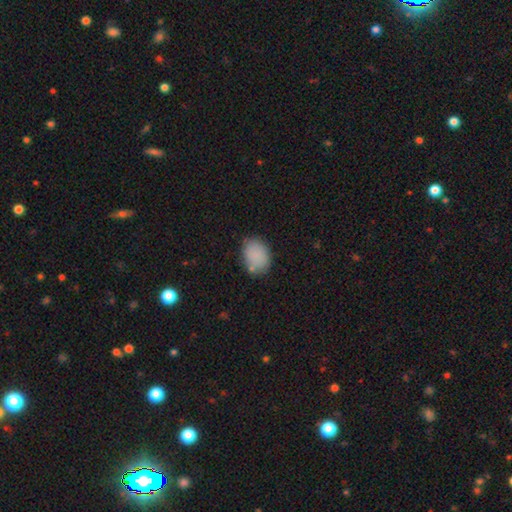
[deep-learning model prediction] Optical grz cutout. It shows a smooth galaxy with no disk features (86%) that is in between round and cigar-shaped (71%). Merging: none (75%).